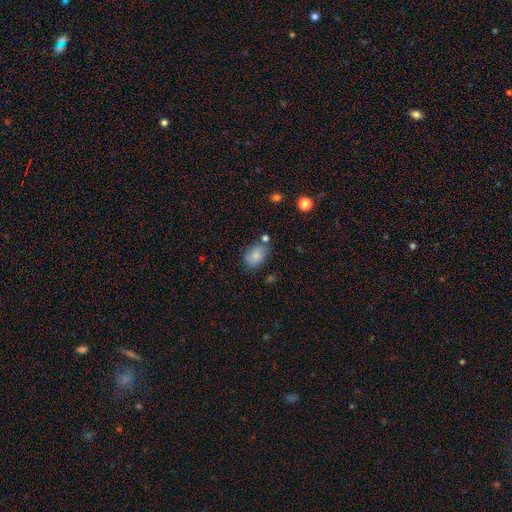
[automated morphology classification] Smooth or featured? smooth (81%)
How rounded? in between (79%)
Merging? none (67%)